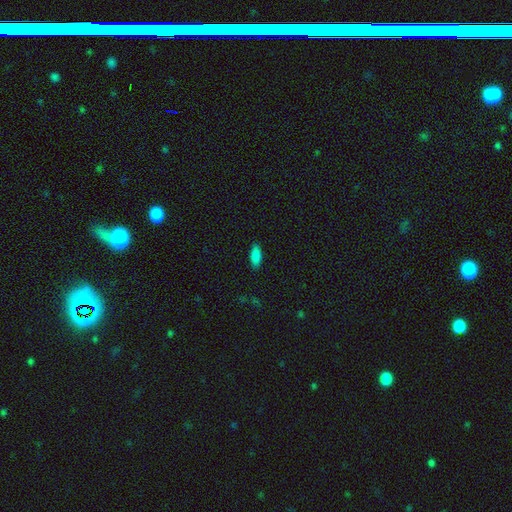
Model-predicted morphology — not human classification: Smooth or featured: smooth — 86% (star or artifact — 8%)
How rounded: in between — 75% (cigar-shaped — 23%)
Merging: none — 88% (minor disturbance — 9%)